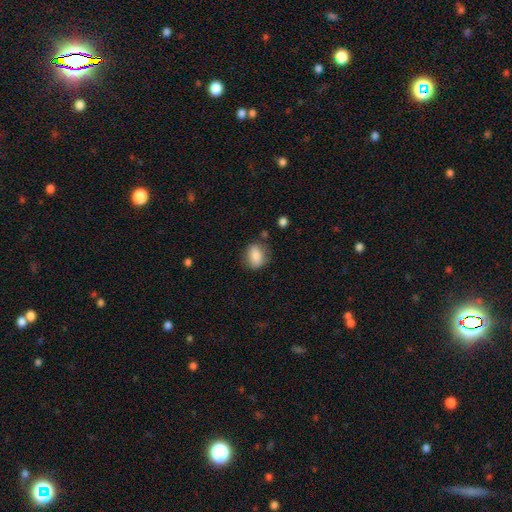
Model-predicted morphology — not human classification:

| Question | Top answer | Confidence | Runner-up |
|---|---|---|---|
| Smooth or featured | smooth | 83% | featured or disk (9%) |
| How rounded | in between | 61% | round (37%) |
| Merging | none | 76% | minor disturbance (16%) |